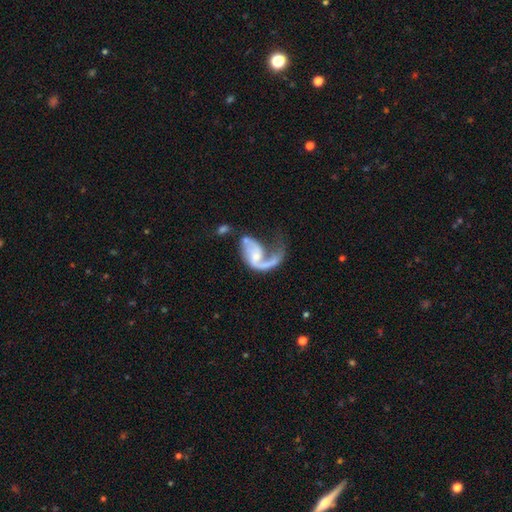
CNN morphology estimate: A featured or disk galaxy (81%) with no bar (55%), 1 (52%) loose (69%) spiral arms (89%) and a small central bulge (52%).

Vote fractions:
- Smooth or featured? featured or disk: 81% / smooth: 13% / star or artifact: 6%
- Edge-on disk? no: 98% / yes: 2%
- Bar? no: 55% / weak: 35% / strong: 10%
- Spiral arms? yes: 89% / no: 11%
- Spiral winding? loose: 69% / medium: 24% / tight: 7%
- Spiral arm count? 1: 52% / 2: 42% / can't tell: 3% / 3: 1% / 4: 1% / more than 4: 1%
- Bulge size? small: 52% / moderate: 27% / none: 17% / large: 3% / dominant: 2%
- Merging? major disturbance: 46% / none: 23% / merger: 17% / minor disturbance: 14%